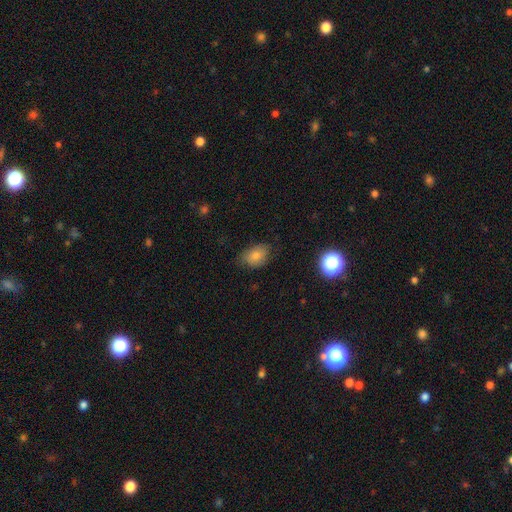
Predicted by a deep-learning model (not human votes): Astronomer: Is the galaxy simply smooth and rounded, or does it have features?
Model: smooth — 77%.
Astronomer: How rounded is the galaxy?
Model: in between — 79%.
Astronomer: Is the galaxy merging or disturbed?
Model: none — 67%.